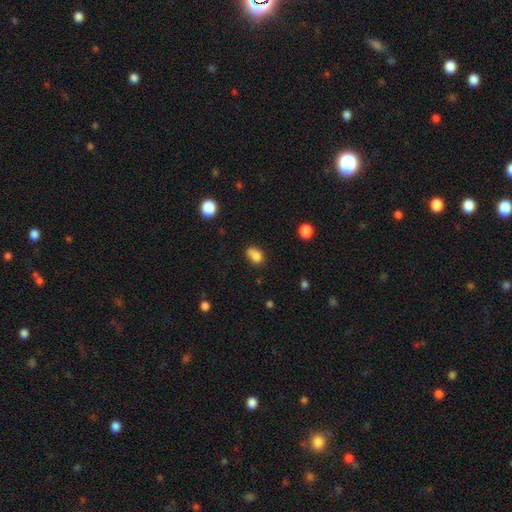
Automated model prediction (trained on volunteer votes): smooth_or_featured: smooth (p=0.77) [alt: star or artifact p=0.11]
how_rounded: in between (p=0.57) [alt: round p=0.42]
merging: none (p=0.40) [alt: merger p=0.34]